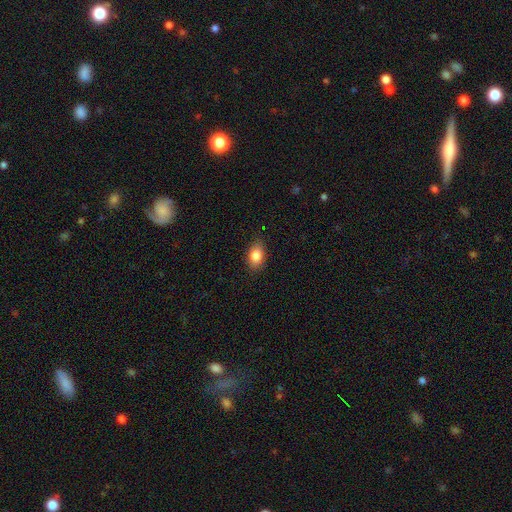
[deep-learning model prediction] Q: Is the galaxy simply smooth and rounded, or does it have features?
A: smooth — 84%.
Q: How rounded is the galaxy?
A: in between — 84%.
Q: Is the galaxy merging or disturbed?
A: none — 83%.